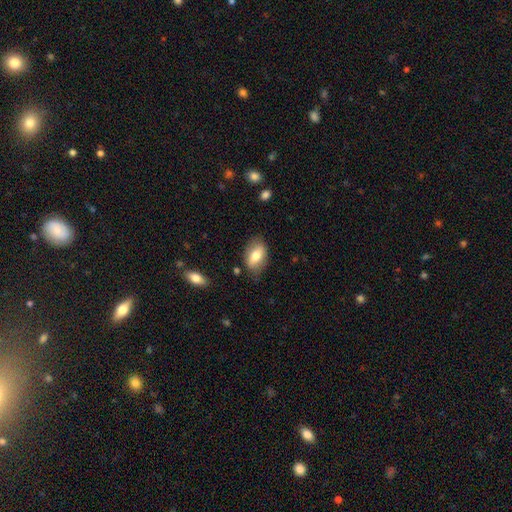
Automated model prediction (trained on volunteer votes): Morphology: type=smooth (70%); roundness=in between (90%); merging=none (76%).